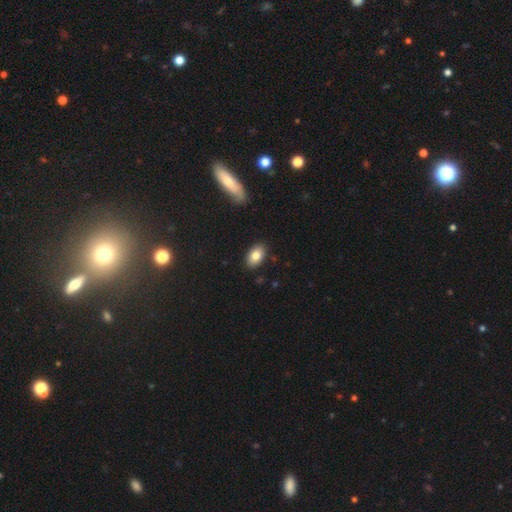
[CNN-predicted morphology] Smooth or featured?
  - smooth: 82% *
  - featured or disk: 10%
  - star or artifact: 8%
How rounded?
  - in between: 91% *
  - round: 7%
  - cigar-shaped: 2%
Merging?
  - none: 87% *
  - minor disturbance: 9%
  - major disturbance: 2%
  - merger: 1%